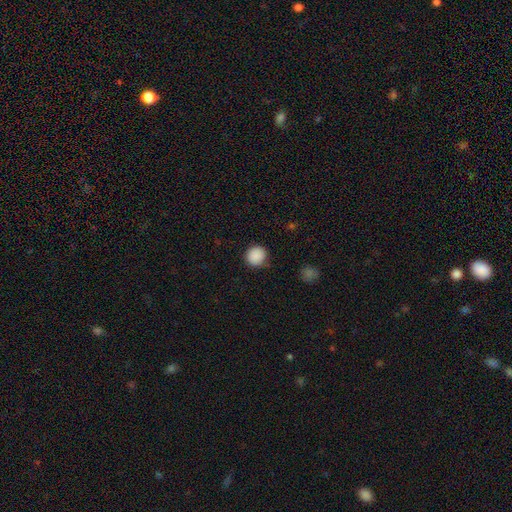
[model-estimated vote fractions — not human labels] smooth-or-featured: smooth: 89% | star or artifact: 8% | featured or disk: 3%
  how-rounded: round: 90% | in between: 9% | cigar-shaped: 1%
  merging: none: 89% | minor disturbance: 8% | major disturbance: 2% | merger: 1%